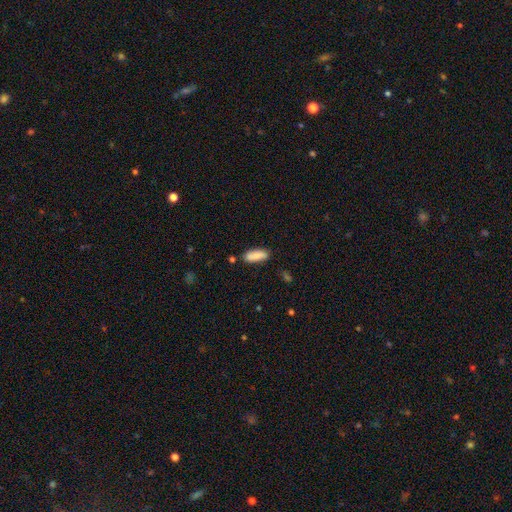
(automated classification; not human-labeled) Smooth or featured? smooth (86%)
How rounded? in between (62%)
Merging? none (81%)